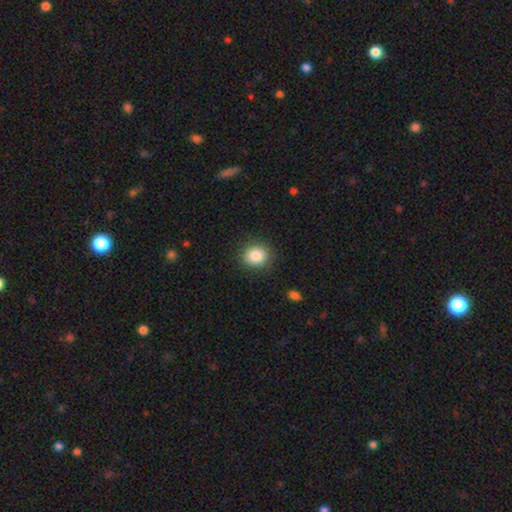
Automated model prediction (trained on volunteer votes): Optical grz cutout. It shows a smooth galaxy with no disk features (84%) that is round (82%). Merging: none (88%).